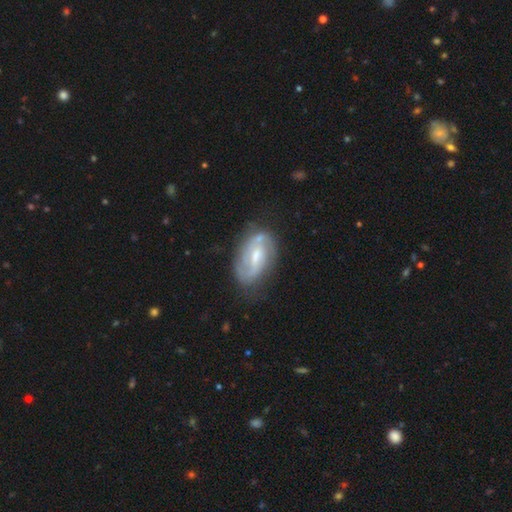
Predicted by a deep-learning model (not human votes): smooth-or-featured: featured or disk: 78% | smooth: 16% | star or artifact: 6%
  disk-edge-on: no: 96% | yes: 4%
    bar: weak: 56% | strong: 22% | no: 22%
    has-spiral-arms: yes: 89% | no: 11%
      spiral-winding: medium: 46% | tight: 34% | loose: 19%
      spiral-arm-count: 2: 71% | can't tell: 16% | 1: 5% | 3: 5% | 4: 1% | more than 4: 1%
    bulge-size: moderate: 45% | small: 42% | none: 7% | large: 4% | dominant: 1%
  merging: none: 67% | minor disturbance: 21% | major disturbance: 8% | merger: 3%